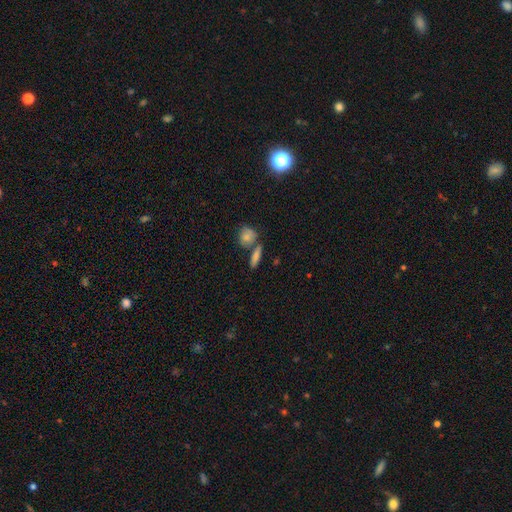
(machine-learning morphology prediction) smooth-or-featured: smooth: 68% | featured or disk: 20% | star or artifact: 12%
  how-rounded: cigar-shaped: 50% | in between: 38% | round: 12%
  merging: none: 65% | merger: 22% | minor disturbance: 10% | major disturbance: 4%